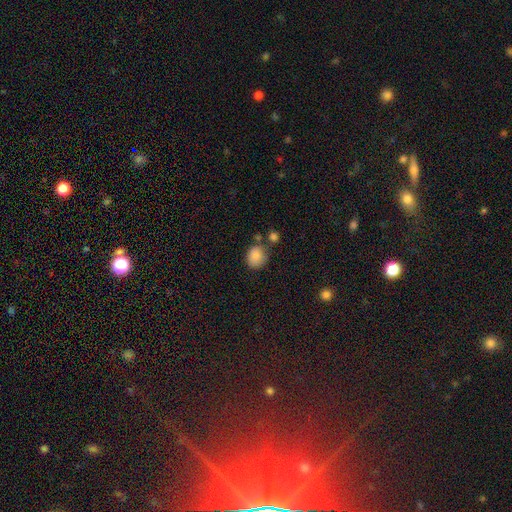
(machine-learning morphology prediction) smooth-or-featured: smooth: 86% | star or artifact: 9% | featured or disk: 6%
  how-rounded: round: 70% | in between: 29% | cigar-shaped: 1%
  merging: none: 63% | minor disturbance: 19% | merger: 13% | major disturbance: 6%